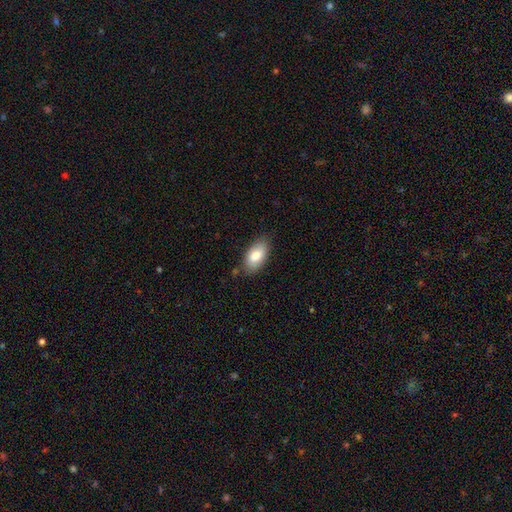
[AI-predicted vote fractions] Overall: smooth (82%). How rounded: in between (92%). Merging: none (80%).